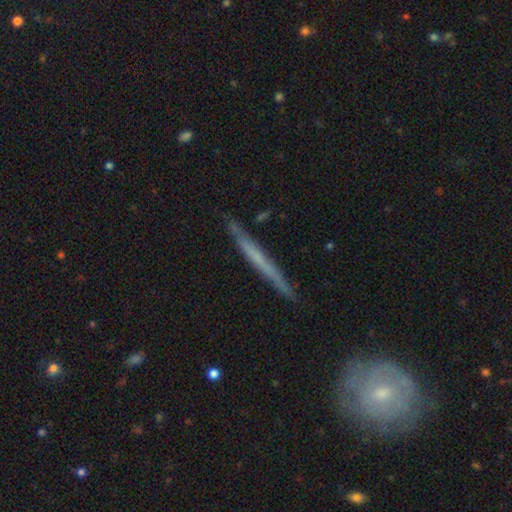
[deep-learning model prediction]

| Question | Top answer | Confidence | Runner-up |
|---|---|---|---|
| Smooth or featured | featured or disk | 50% | smooth (44%) |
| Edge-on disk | yes | 95% | no (5%) |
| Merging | none | 85% | minor disturbance (11%) |